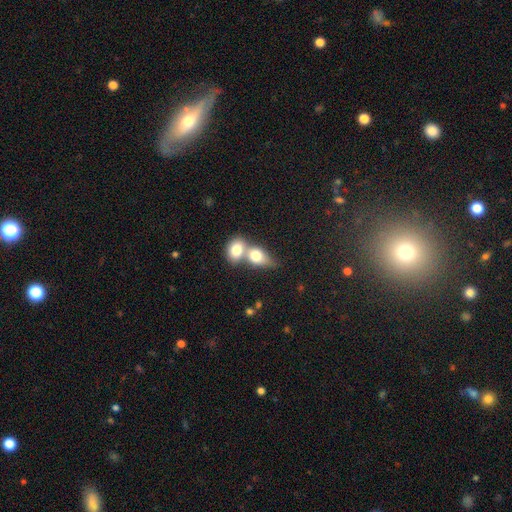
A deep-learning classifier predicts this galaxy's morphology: smooth 76%, featured or disk 17%, star or artifact 7%. Down the decision tree: how rounded — in between (69%); merging — merger (74%).